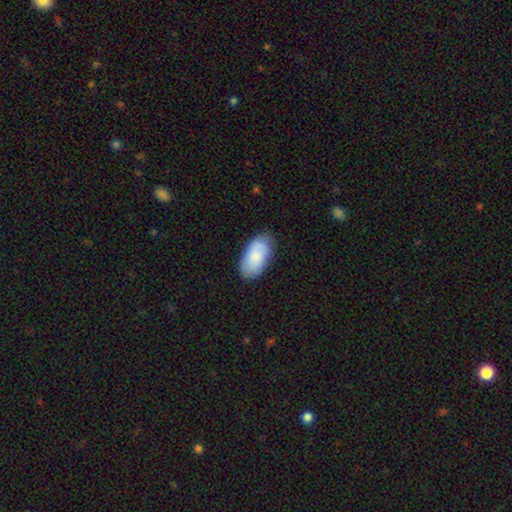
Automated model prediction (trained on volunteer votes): smooth_or_featured: smooth (p=0.78) [alt: featured or disk p=0.16]
how_rounded: in between (p=0.95) [alt: round p=0.03]
merging: none (p=0.76) [alt: minor disturbance p=0.19]